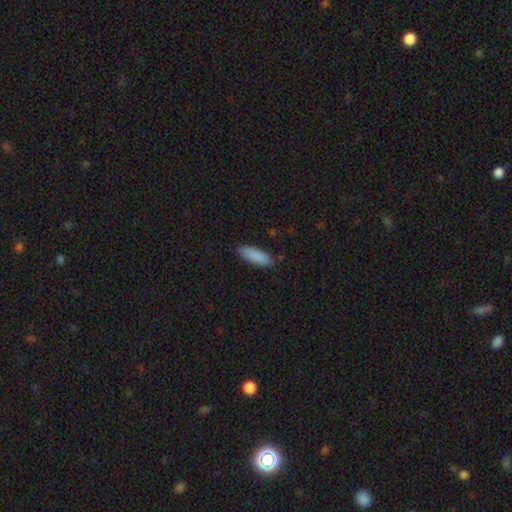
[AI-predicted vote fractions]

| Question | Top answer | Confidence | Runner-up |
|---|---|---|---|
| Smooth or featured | smooth | 89% | star or artifact (6%) |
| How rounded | in between | 58% | cigar-shaped (41%) |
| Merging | none | 87% | minor disturbance (10%) |